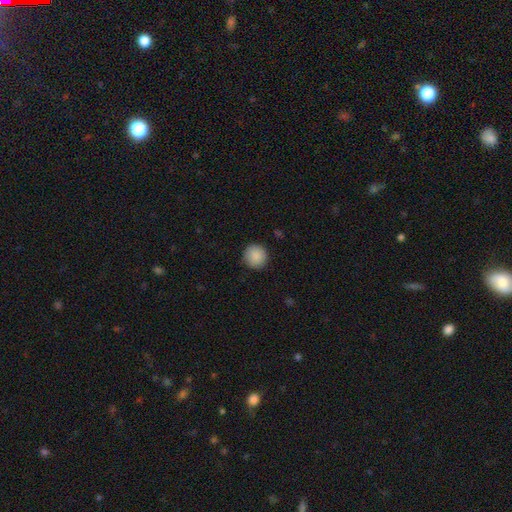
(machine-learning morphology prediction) This is clearly a smooth galaxy (89%). How rounded: clearly round (93%). Merging: clearly none (90%).